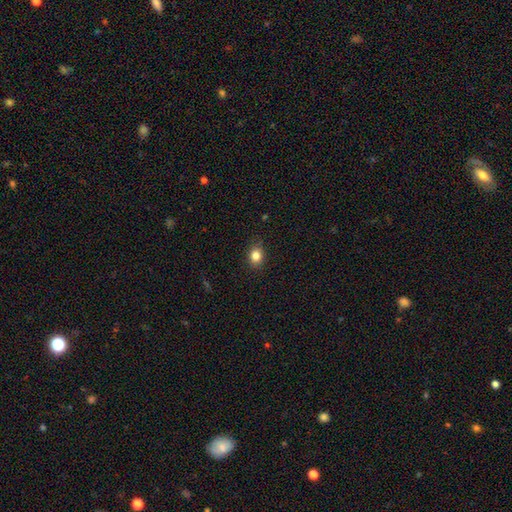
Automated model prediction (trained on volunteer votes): The model was most divided on "how rounded": round: 52%, in between: 47%, cigar-shaped: 1%. More confident: merging — none (86%); smooth or featured — smooth (83%).